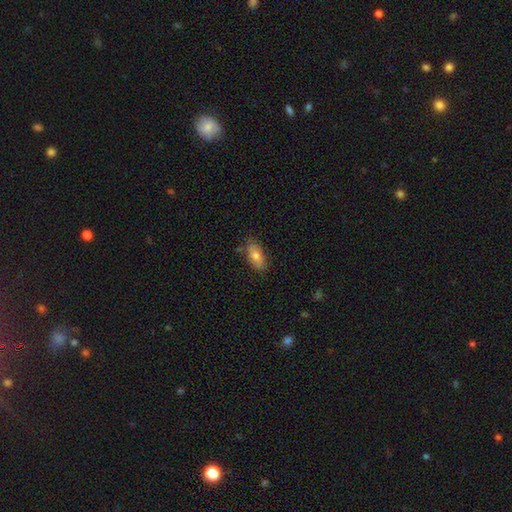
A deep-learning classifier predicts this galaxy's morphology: Smooth or featured? smooth (76%)
How rounded? in between (83%)
Merging? none (80%)